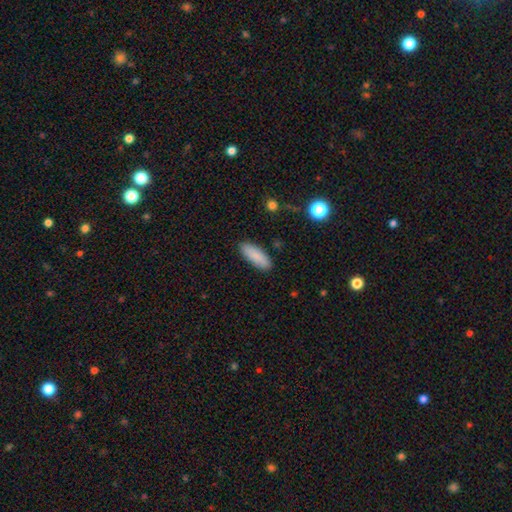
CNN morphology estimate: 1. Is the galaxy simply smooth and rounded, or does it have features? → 87% smooth, 7% featured or disk, 6% star or artifact.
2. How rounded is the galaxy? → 67% in between, 31% cigar-shaped, 2% round.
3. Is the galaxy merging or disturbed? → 88% none, 8% minor disturbance, 2% major disturbance, 1% merger.